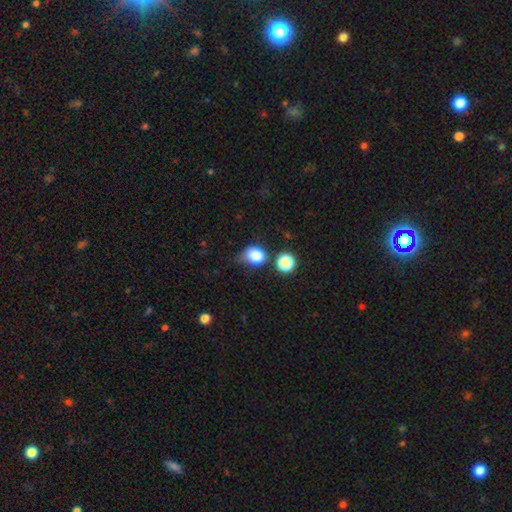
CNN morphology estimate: Smooth or featured? smooth (81%)
How rounded? round (58%)
Merging? none (44%)